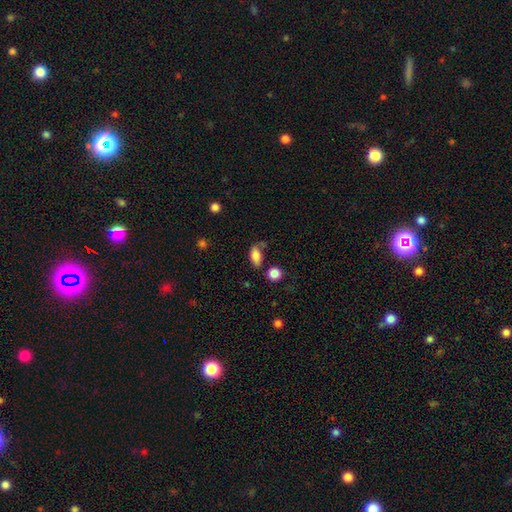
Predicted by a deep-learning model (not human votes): A smooth galaxy with no disk features (79%) that is in between round and cigar-shaped (86%).

Vote fractions:
- Smooth or featured? smooth: 79% / featured or disk: 13% / star or artifact: 9%
- How rounded? in between: 86% / round: 8% / cigar-shaped: 6%
- Merging? none: 54% / minor disturbance: 25% / merger: 10% / major disturbance: 10%